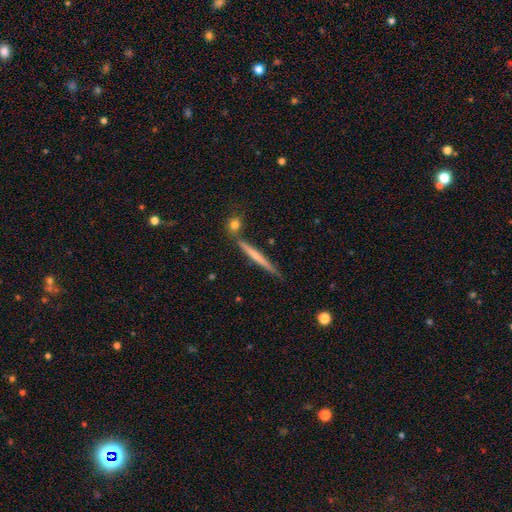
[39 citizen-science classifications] A featured or disk galaxy (54%) viewed edge-on (95%) with no central bulge (80%). Merging: none (67%).